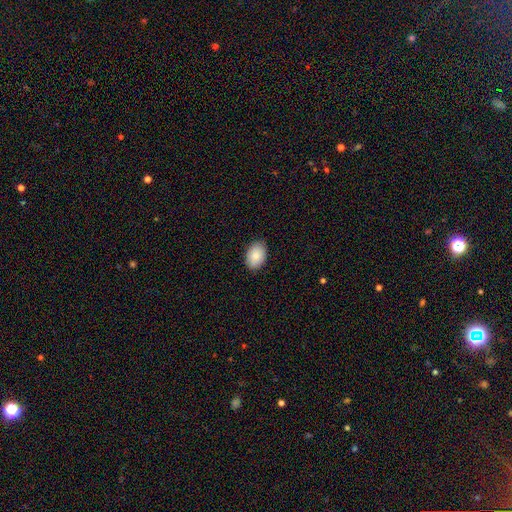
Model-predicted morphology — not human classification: Smooth or featured?
  - smooth: 87% *
  - star or artifact: 6%
  - featured or disk: 6%
How rounded?
  - in between: 85% *
  - round: 14%
  - cigar-shaped: 1%
Merging?
  - none: 88% *
  - minor disturbance: 10%
  - major disturbance: 2%
  - merger: 1%